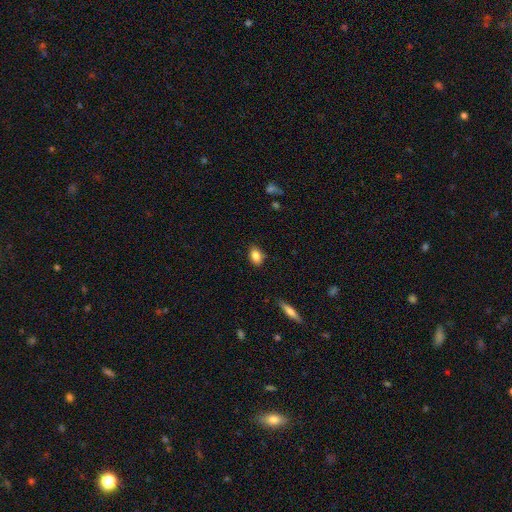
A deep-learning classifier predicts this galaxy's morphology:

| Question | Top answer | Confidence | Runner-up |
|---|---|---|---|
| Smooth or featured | smooth | 84% | star or artifact (8%) |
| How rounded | in between | 82% | round (15%) |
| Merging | none | 80% | minor disturbance (15%) |